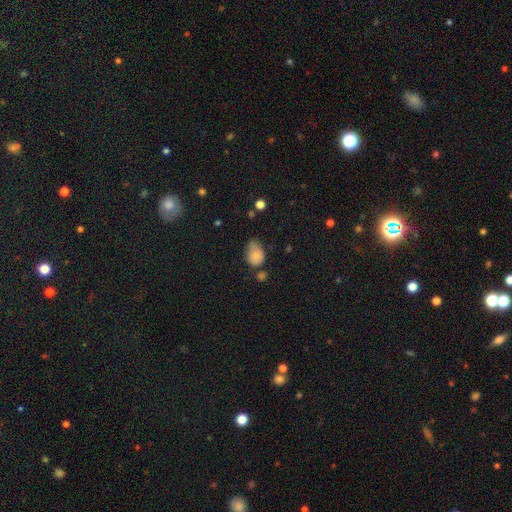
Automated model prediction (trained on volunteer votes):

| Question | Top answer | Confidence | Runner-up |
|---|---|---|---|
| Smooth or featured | smooth | 76% | featured or disk (14%) |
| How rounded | in between | 67% | round (32%) |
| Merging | minor disturbance | 43% | none (33%) |